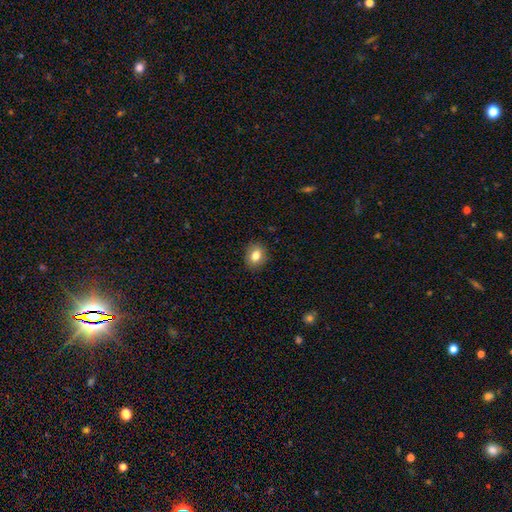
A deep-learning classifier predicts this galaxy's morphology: Smooth or featured? Predicted: smooth (p=0.81). How rounded? Predicted: round (p=0.58). Merging? Predicted: none (p=0.88).